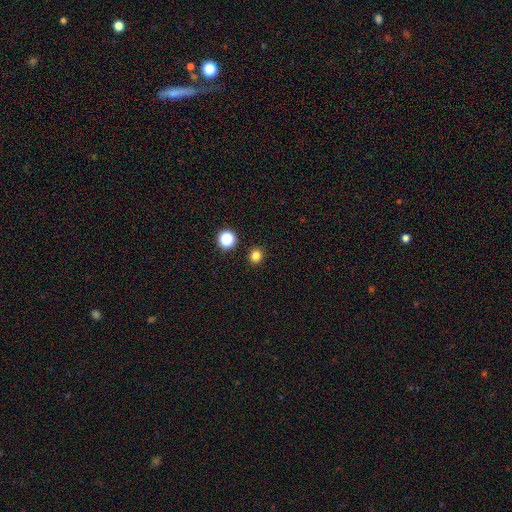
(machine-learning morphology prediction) Smooth or featured?
  - smooth: 80% *
  - star or artifact: 16%
  - featured or disk: 4%
How rounded?
  - round: 87% *
  - in between: 12%
  - cigar-shaped: 1%
Merging?
  - none: 91% *
  - minor disturbance: 5%
  - merger: 2%
  - major disturbance: 2%